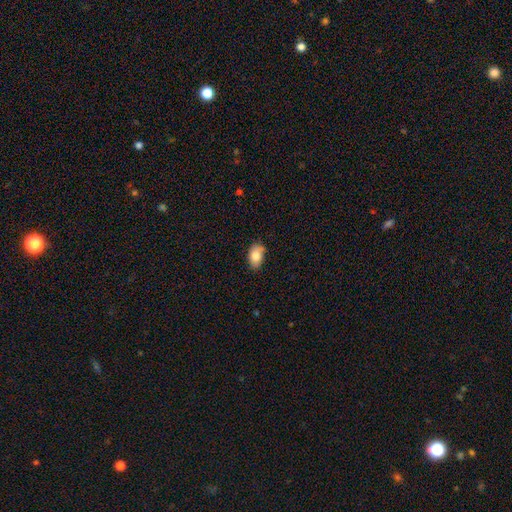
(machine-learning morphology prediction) Q: Smooth or featured?
A: smooth (82%); runner-up: featured or disk (10%)
Q: How rounded?
A: in between (89%); runner-up: round (10%)
Q: Merging?
A: none (69%); runner-up: minor disturbance (25%)